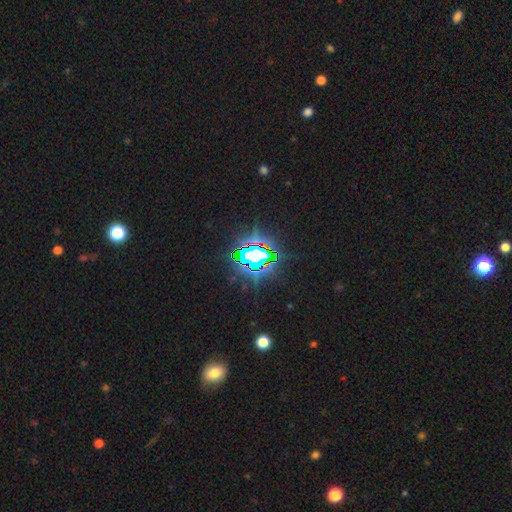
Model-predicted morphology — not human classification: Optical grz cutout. It shows a star or artifact, not a galaxy (78%).